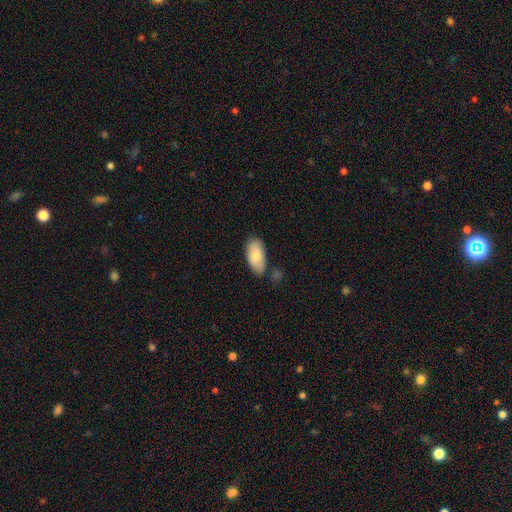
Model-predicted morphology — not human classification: smooth 82%, featured or disk 12%, star or artifact 6%. Down the decision tree: how rounded — in between (94%); merging — none (68%).